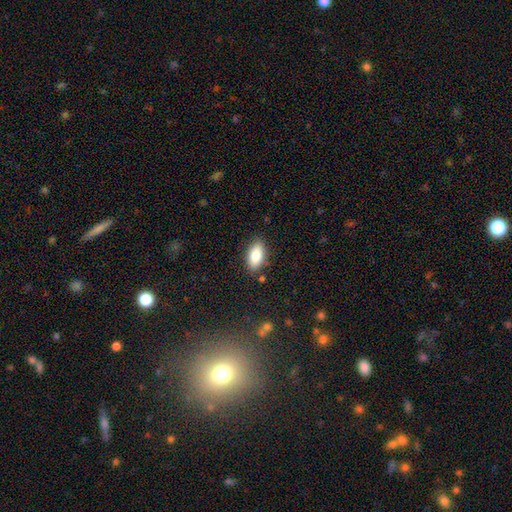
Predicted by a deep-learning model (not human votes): smooth 83%, featured or disk 10%, star or artifact 7%. Down the decision tree: how rounded — in between (91%); merging — none (84%).